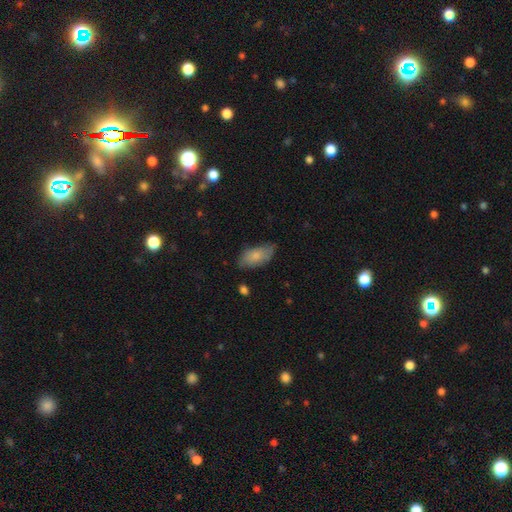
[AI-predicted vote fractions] A smooth galaxy with no disk features (78%) that is in between round and cigar-shaped (90%).

Vote fractions:
- Smooth or featured? smooth: 78% / featured or disk: 15% / star or artifact: 6%
- How rounded? in between: 90% / cigar-shaped: 7% / round: 3%
- Merging? none: 65% / minor disturbance: 27% / major disturbance: 6% / merger: 2%